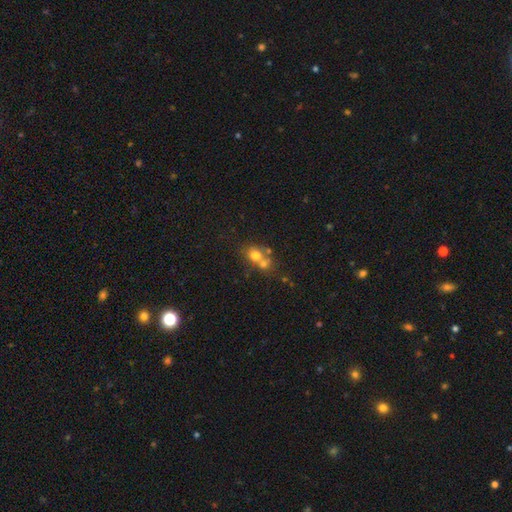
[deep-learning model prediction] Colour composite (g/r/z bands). It shows a smooth galaxy with no disk features (68%) that is round (68%). Merging: merger (57%).